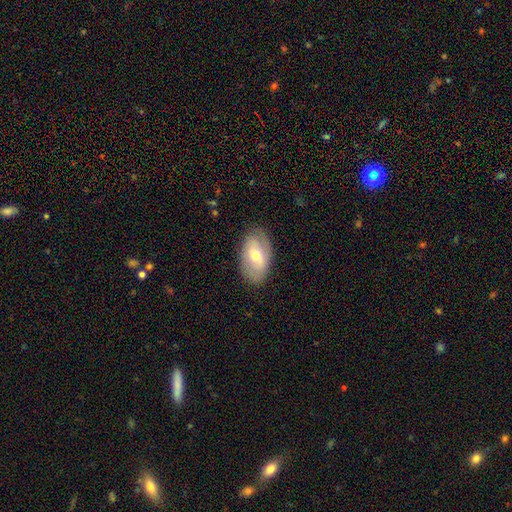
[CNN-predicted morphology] Smooth or featured: smooth — 52% (featured or disk — 41%)
How rounded: in between — 92% (round — 6%)
Merging: none — 82% (minor disturbance — 13%)